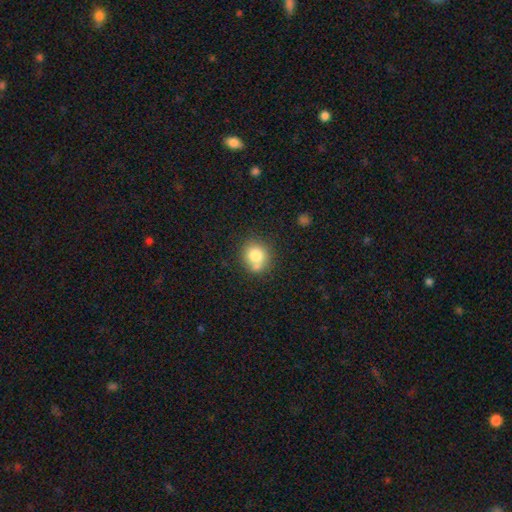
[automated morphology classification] A smooth galaxy with no disk features (78%) that is round (83%).

Vote fractions:
- Smooth or featured? smooth: 78% / featured or disk: 12% / star or artifact: 10%
- How rounded? round: 83% / in between: 16% / cigar-shaped: 1%
- Merging? none: 59% / merger: 21% / minor disturbance: 16% / major disturbance: 5%